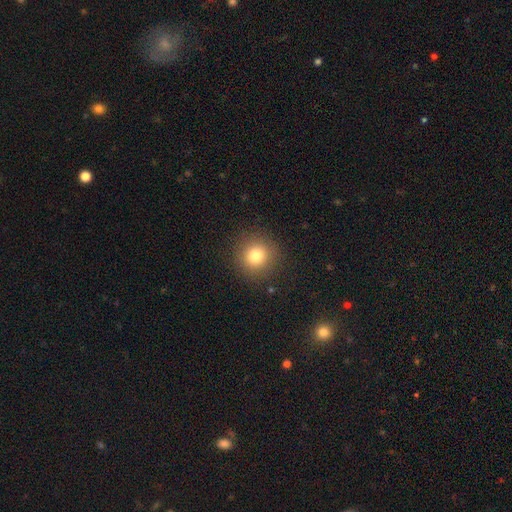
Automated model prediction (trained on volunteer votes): Morphology: type=smooth (79%); roundness=round (93%); merging=none (89%).